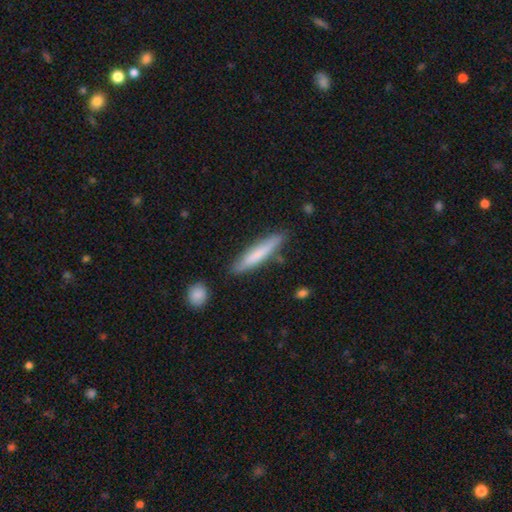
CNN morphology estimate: Overall: smooth (71%). How rounded: cigar-shaped (91%). Merging: none (83%).